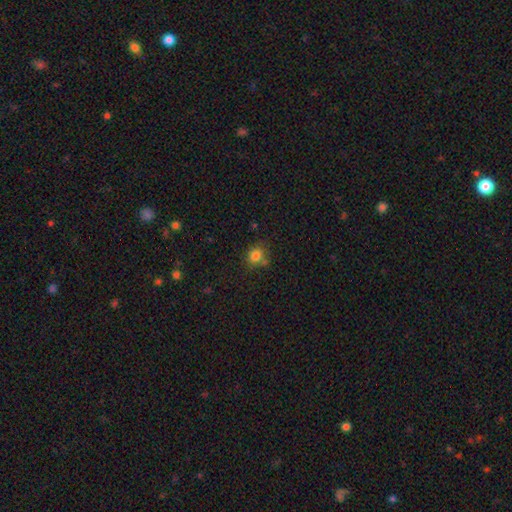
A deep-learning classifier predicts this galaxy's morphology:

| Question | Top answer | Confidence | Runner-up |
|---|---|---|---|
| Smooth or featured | smooth | 81% | star or artifact (12%) |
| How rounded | round | 69% | in between (30%) |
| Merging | none | 64% | minor disturbance (18%) |